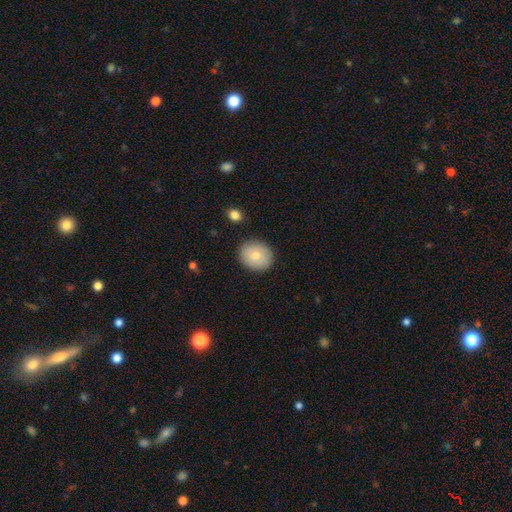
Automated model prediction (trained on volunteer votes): Smooth or featured: smooth — 78% (featured or disk — 15%)
How rounded: round — 73% (in between — 26%)
Merging: none — 88% (minor disturbance — 9%)